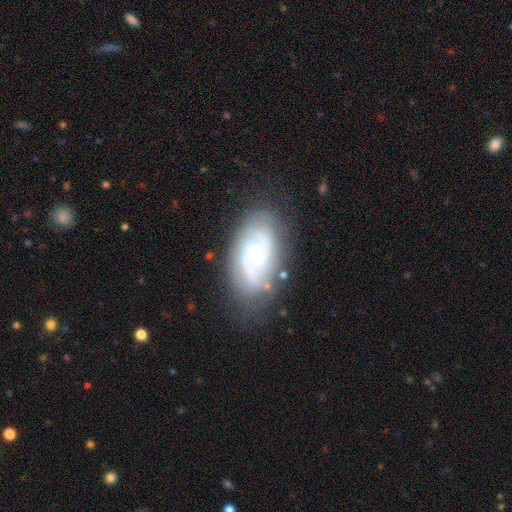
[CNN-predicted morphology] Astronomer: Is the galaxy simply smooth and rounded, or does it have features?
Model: featured or disk — 76%.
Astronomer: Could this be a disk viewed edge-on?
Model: no — 95%.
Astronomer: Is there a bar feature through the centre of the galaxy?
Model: no — 53% (runner-up: weak, 37%).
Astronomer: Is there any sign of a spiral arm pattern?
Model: yes — 88%.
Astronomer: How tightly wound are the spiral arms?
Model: tight — 56% (runner-up: medium, 34%).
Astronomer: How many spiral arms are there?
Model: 2 — 47% (runner-up: can't tell, 31%).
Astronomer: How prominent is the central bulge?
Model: small — 74%.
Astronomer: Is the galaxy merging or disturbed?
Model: none — 73%.